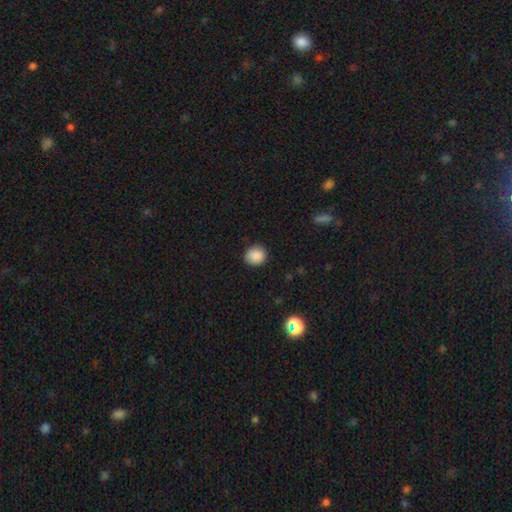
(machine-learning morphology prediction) Overall: smooth (88%). How rounded: round (87%). Merging: none (88%).